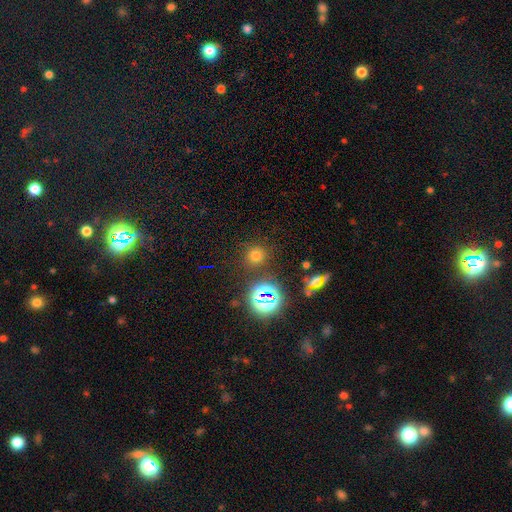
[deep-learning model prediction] Q: Smooth or featured?
A: smooth (65%); runner-up: star or artifact (28%)
Q: How rounded?
A: round (89%); runner-up: in between (10%)
Q: Merging?
A: none (83%); runner-up: minor disturbance (9%)